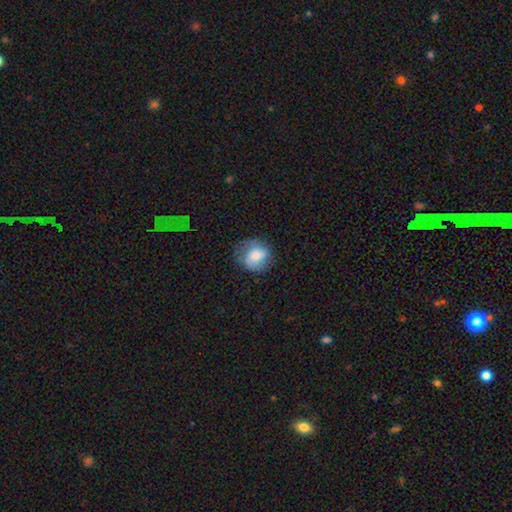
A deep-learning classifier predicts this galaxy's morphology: Overall: smooth (71%). How rounded: round (68%; in between 31%). Merging: none (63%; minor disturbance 25%).